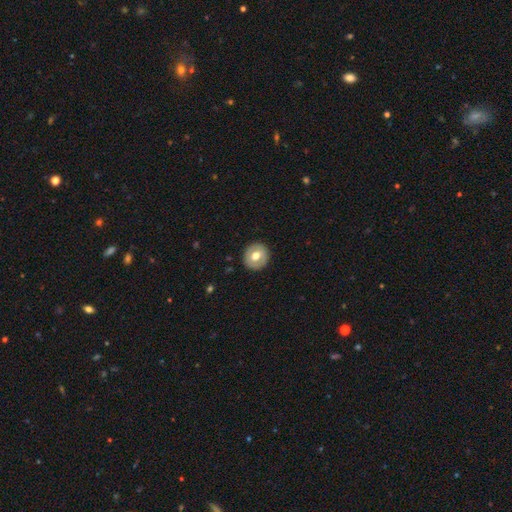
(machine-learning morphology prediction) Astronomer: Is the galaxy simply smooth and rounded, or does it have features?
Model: smooth — 59% (runner-up: featured or disk, 34%).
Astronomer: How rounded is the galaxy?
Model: round — 91%.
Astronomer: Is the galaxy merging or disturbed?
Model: none — 90%.